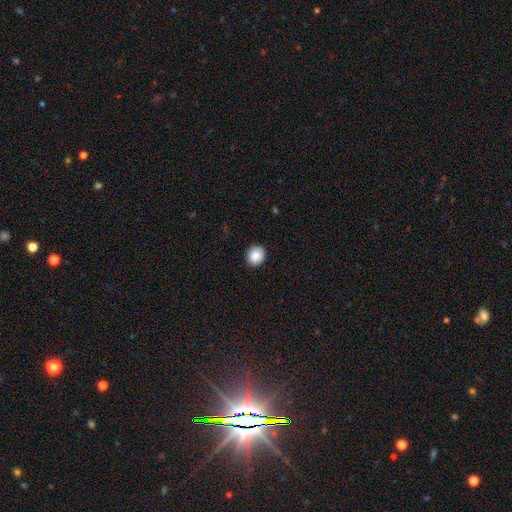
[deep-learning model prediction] Smooth or featured? Predicted: smooth (p=0.88). How rounded? Predicted: round (p=0.82). Merging? Predicted: none (p=0.91).